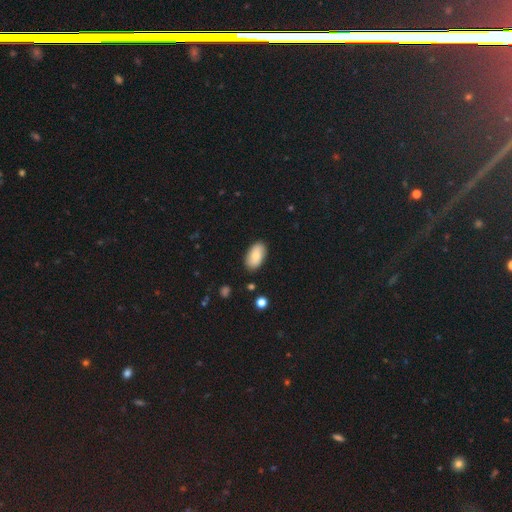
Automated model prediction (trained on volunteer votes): This appears to be a smooth galaxy with no disk features (77%) that is in between round and cigar-shaped (94%). Merging: none (86%).